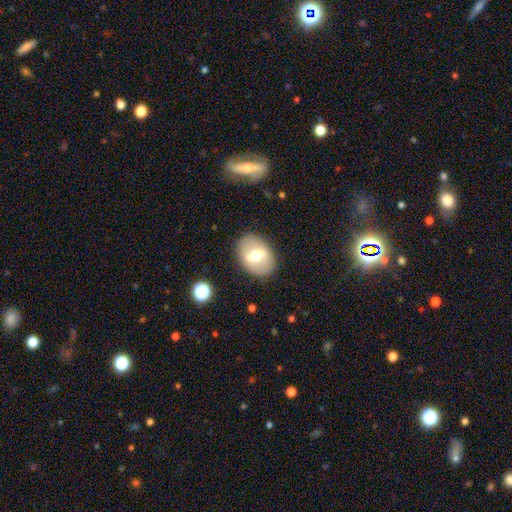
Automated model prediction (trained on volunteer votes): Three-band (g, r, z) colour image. It shows a smooth galaxy with no disk features (54%) that is in between round and cigar-shaped (73%). Merging: none (85%).